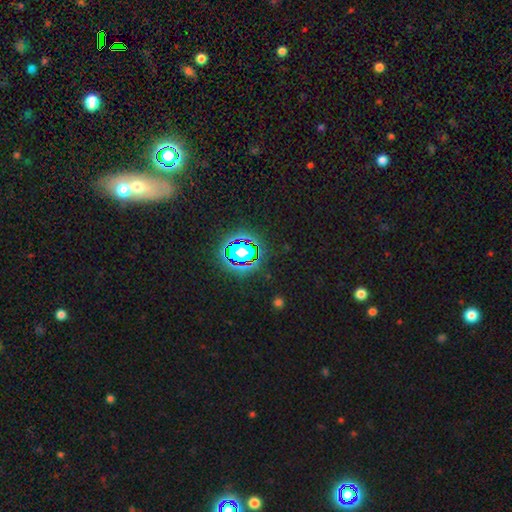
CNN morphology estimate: Smooth or featured: star or artifact — 76% (smooth — 15%)